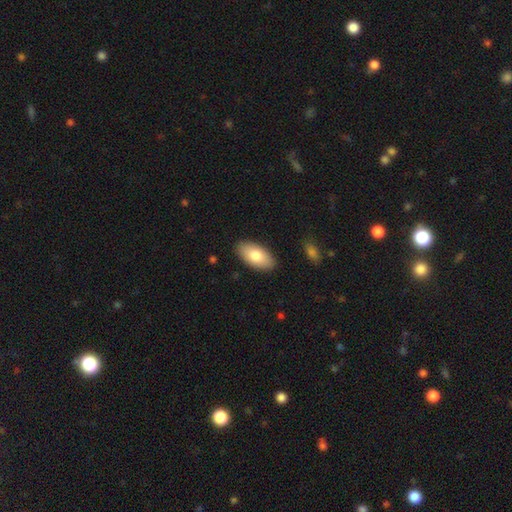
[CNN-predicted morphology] This is likely a smooth galaxy (79%). How rounded: clearly in between (94%). Merging: clearly none (88%).